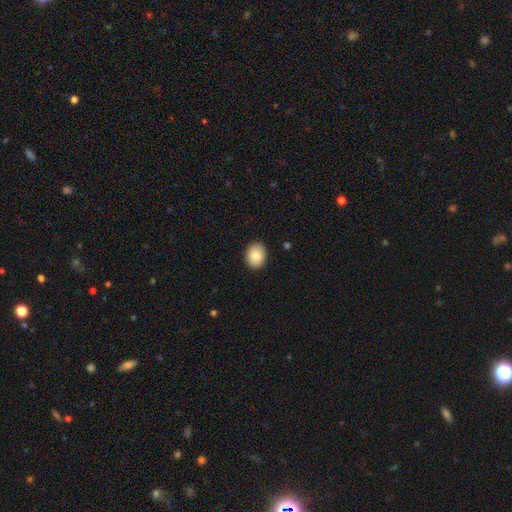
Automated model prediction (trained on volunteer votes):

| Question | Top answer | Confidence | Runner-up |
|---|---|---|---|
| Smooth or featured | smooth | 87% | star or artifact (7%) |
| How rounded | in between | 55% | round (44%) |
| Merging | none | 87% | minor disturbance (10%) |